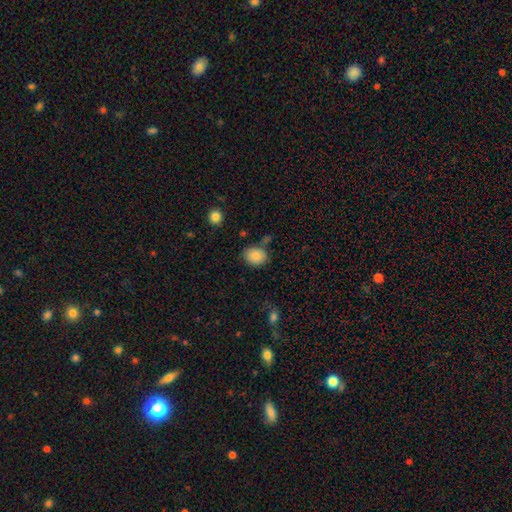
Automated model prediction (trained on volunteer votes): This is clearly a smooth galaxy (85%). How rounded: possibly round (51%). Merging: likely none (76%).